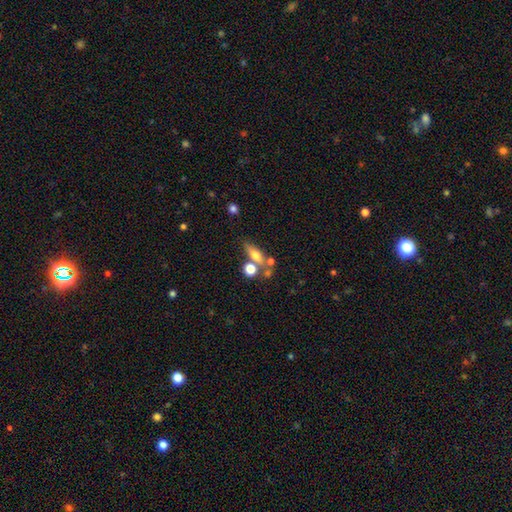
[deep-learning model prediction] Q: Smooth or featured?
A: smooth (58%); runner-up: featured or disk (30%)
Q: How rounded?
A: in between (50%); runner-up: cigar-shaped (36%)
Q: Merging?
A: none (53%); runner-up: merger (26%)